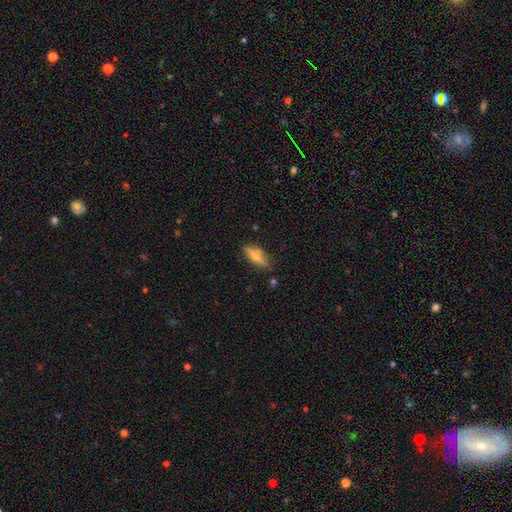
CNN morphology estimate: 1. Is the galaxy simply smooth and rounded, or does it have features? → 53% smooth, 38% featured or disk, 9% star or artifact.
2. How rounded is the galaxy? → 51% cigar-shaped, 46% in between, 3% round.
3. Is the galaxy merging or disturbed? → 76% none, 17% minor disturbance, 4% major disturbance, 3% merger.